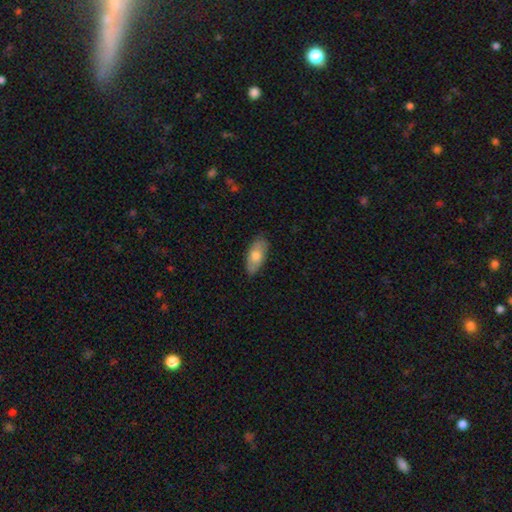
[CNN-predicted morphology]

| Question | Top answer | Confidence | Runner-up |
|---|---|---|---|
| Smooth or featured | smooth | 70% | featured or disk (25%) |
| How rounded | in between | 88% | cigar-shaped (9%) |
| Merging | none | 82% | minor disturbance (14%) |